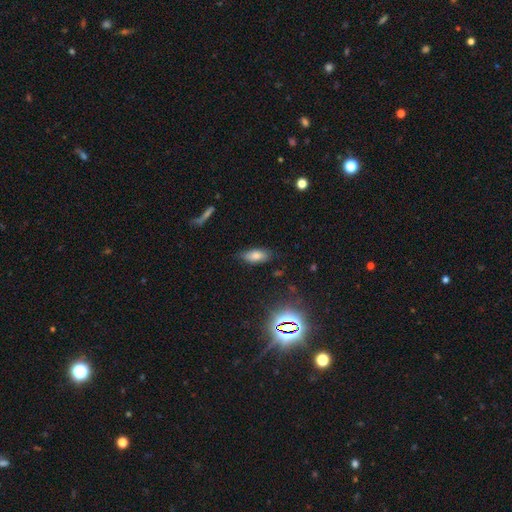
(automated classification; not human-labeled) The model was most divided on "merging": none: 76%, minor disturbance: 18%, major disturbance: 4%, merger: 2%. More confident: how rounded — in between (84%); smooth or featured — smooth (75%).